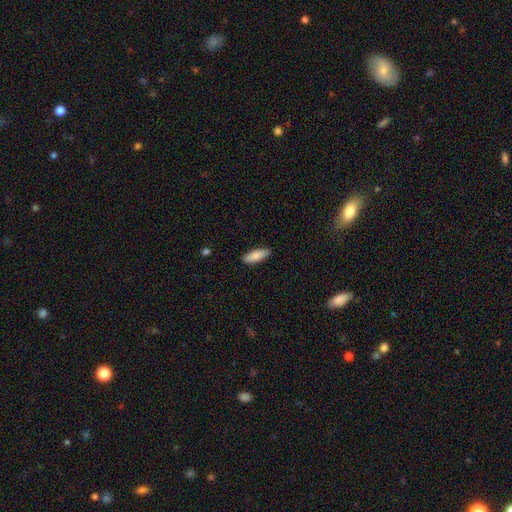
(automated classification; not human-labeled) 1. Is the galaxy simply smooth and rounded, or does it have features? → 86% smooth, 8% featured or disk, 6% star or artifact.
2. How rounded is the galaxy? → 65% in between, 33% cigar-shaped, 2% round.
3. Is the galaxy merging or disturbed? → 88% none, 9% minor disturbance, 2% major disturbance, 1% merger.